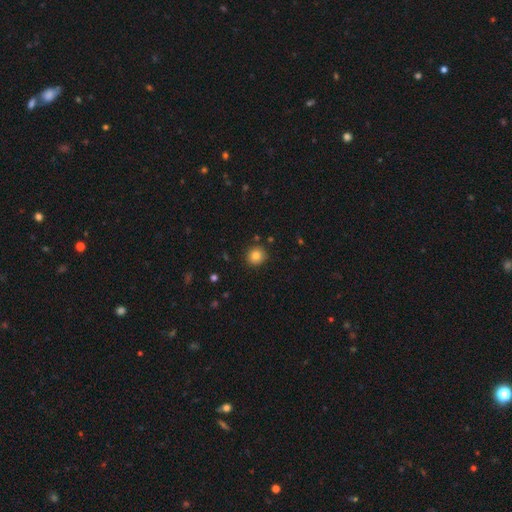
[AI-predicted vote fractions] Morphology: type=smooth (82%); roundness=round (87%); merging=none (88%).